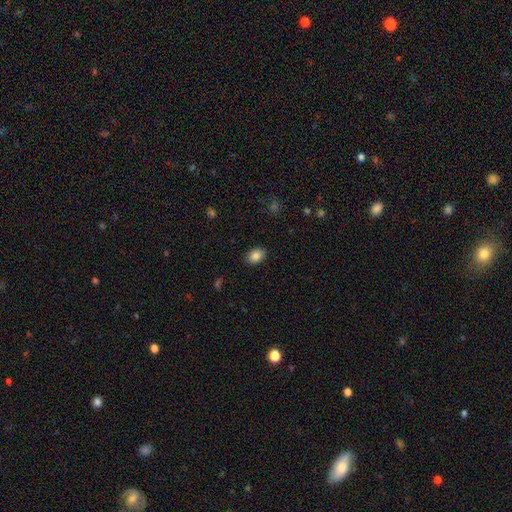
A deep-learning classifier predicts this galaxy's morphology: A smooth galaxy with no disk features (87%) that is in between round and cigar-shaped (78%). Merging: none (87%).